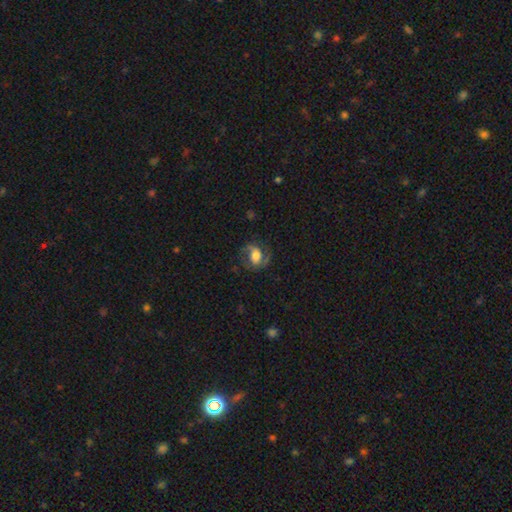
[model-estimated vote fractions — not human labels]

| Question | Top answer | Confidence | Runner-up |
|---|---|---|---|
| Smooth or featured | featured or disk | 76% | smooth (17%) |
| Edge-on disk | no | 97% | yes (3%) |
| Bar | no | 44% | weak (38%) |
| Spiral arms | yes | 94% | no (6%) |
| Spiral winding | medium | 55% | loose (27%) |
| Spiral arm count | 2 | 90% | can't tell (4%) |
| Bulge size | moderate | 45% | large (37%) |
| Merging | none | 72% | minor disturbance (16%) |